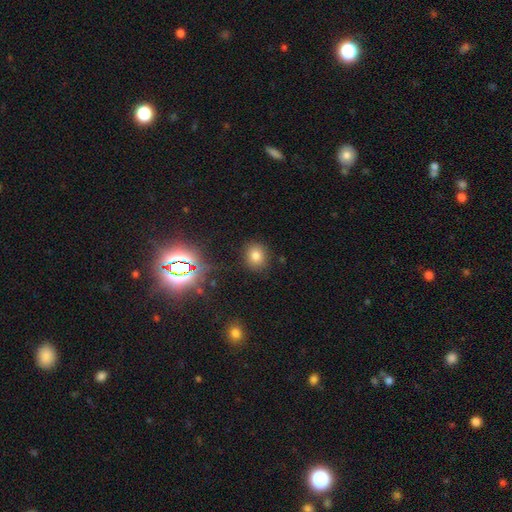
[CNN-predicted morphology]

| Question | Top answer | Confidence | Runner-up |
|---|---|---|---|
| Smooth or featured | smooth | 74% | star or artifact (18%) |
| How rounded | round | 76% | in between (23%) |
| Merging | none | 87% | minor disturbance (8%) |